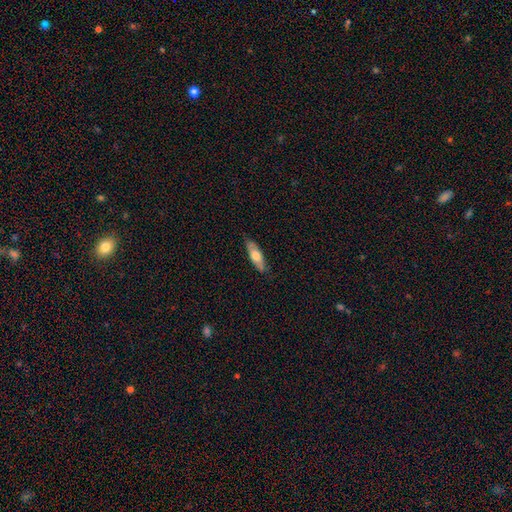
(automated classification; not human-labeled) smooth-or-featured: smooth: 62% | featured or disk: 33% | star or artifact: 5%
  how-rounded: in between: 52% | cigar-shaped: 46% | round: 2%
  merging: none: 82% | minor disturbance: 15% | major disturbance: 3% | merger: 1%